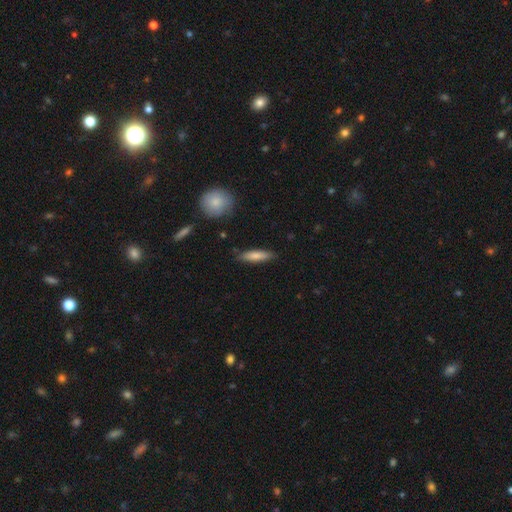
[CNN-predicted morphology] Smooth or featured: smooth — 76% (featured or disk — 18%)
How rounded: cigar-shaped — 77% (in between — 22%)
Merging: none — 84% (minor disturbance — 12%)